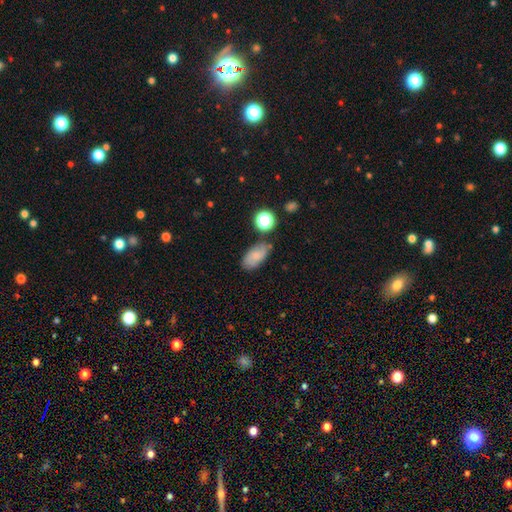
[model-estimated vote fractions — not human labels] Q: Smooth or featured?
A: smooth (71%); runner-up: featured or disk (17%)
Q: How rounded?
A: in between (89%); runner-up: round (7%)
Q: Merging?
A: none (70%); runner-up: minor disturbance (19%)